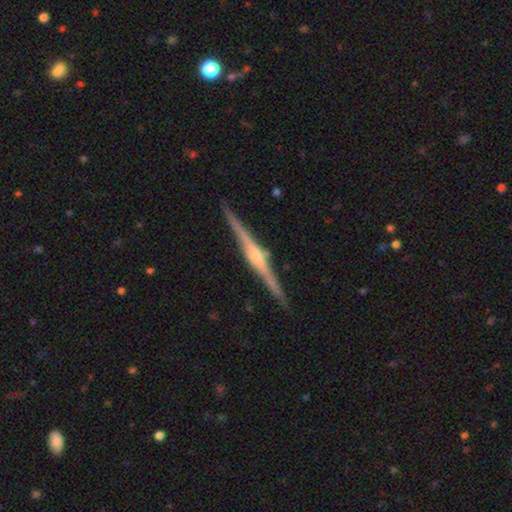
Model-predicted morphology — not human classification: Smooth or featured?
  - featured or disk: 85% *
  - smooth: 10%
  - star or artifact: 5%
Edge-on disk?
  - yes: 98% *
  - no: 2%
Edge-on bulge?
  - rounded: 79% *
  - boxy: 13%
  - none: 8%
Merging?
  - none: 87% *
  - minor disturbance: 9%
  - major disturbance: 2%
  - merger: 2%